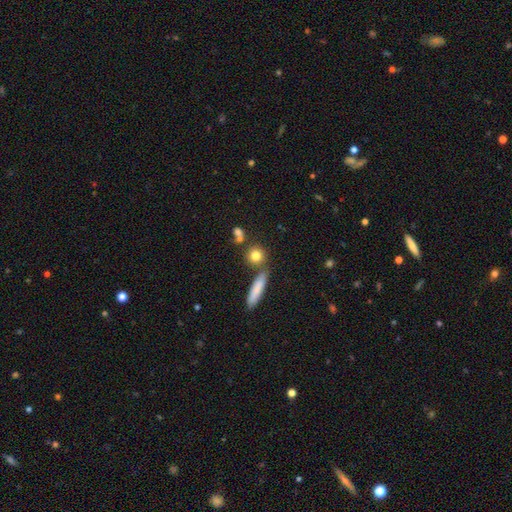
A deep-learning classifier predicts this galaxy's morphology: Q: Smooth or featured?
A: smooth (79%); runner-up: featured or disk (11%)
Q: How rounded?
A: round (74%); runner-up: in between (15%)
Q: Merging?
A: none (72%); runner-up: merger (15%)